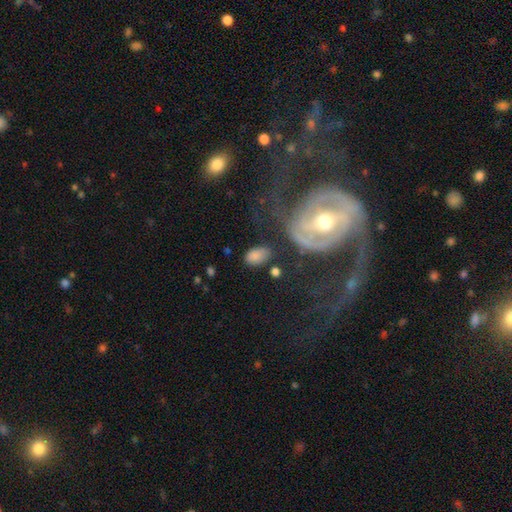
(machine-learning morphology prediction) A smooth galaxy with no disk features (79%) that is in between round and cigar-shaped (90%).

Vote fractions:
- Smooth or featured? smooth: 79% / featured or disk: 12% / star or artifact: 9%
- How rounded? in between: 90% / round: 8% / cigar-shaped: 2%
- Merging? none: 65% / minor disturbance: 20% / major disturbance: 9% / merger: 6%